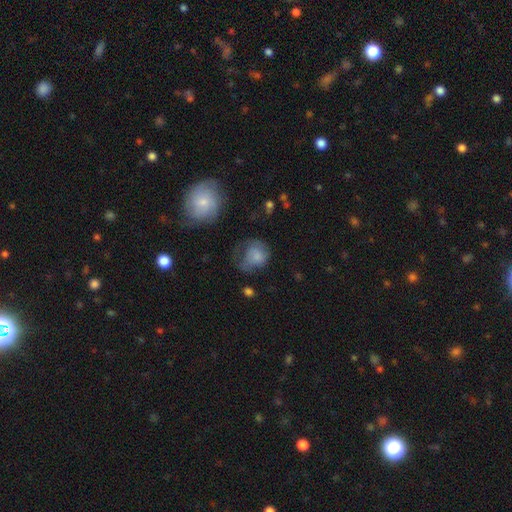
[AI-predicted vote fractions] smooth 69%, featured or disk 22%, star or artifact 10%. Down the decision tree: how rounded — round (61%); merging — major disturbance (38%).